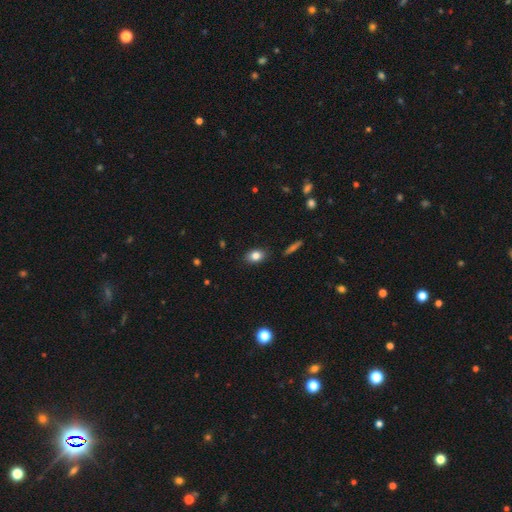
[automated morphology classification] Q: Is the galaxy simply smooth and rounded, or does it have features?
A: smooth — 81%.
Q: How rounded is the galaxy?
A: in between — 78%.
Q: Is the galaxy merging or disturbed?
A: none — 87%.